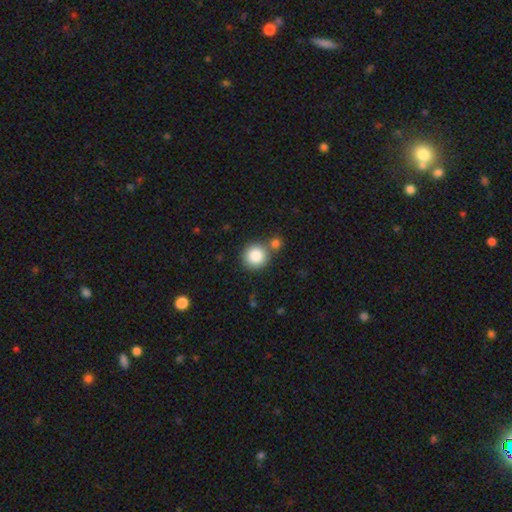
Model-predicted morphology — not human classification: Q: Smooth or featured?
A: smooth (85%); runner-up: star or artifact (9%)
Q: How rounded?
A: round (92%); runner-up: in between (7%)
Q: Merging?
A: none (67%); runner-up: merger (21%)